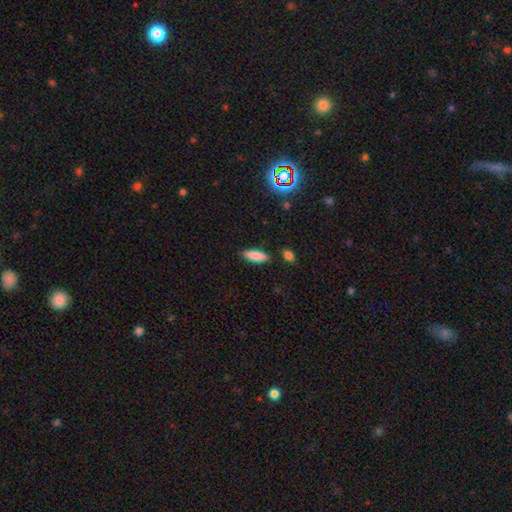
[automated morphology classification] The model was most divided on "how rounded": in between: 67%, cigar-shaped: 31%, round: 2%. More confident: merging — none (84%); smooth or featured — smooth (83%).